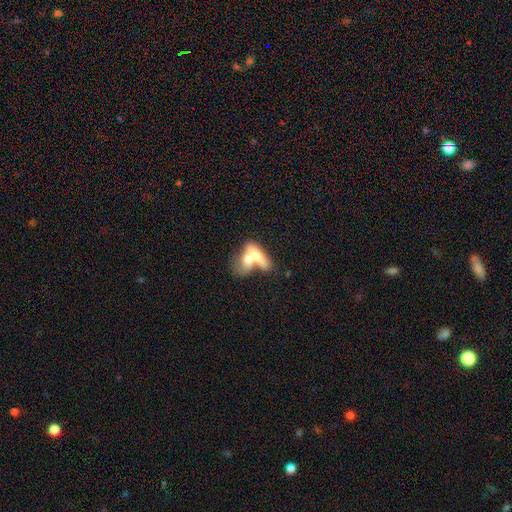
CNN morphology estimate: This appears to be a smooth galaxy with no disk features (60%) that is in between round and cigar-shaped (63%). Merging: merger (72%).